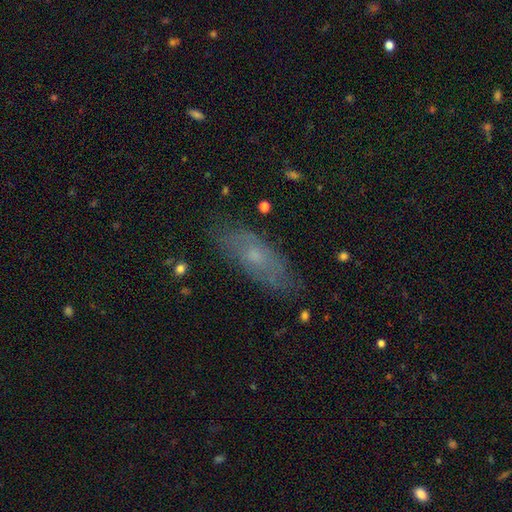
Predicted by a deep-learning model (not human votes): Morphology: type=smooth (47%); merging=none (78%).